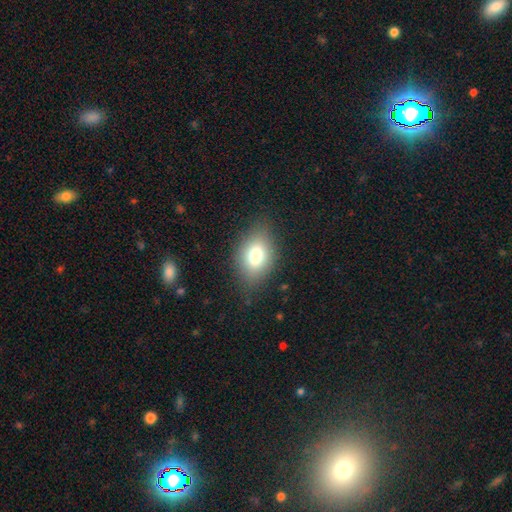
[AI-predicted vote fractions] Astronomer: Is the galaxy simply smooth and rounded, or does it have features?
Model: smooth — 75%.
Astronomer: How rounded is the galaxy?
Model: in between — 77%.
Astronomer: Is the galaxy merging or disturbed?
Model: none — 79%.